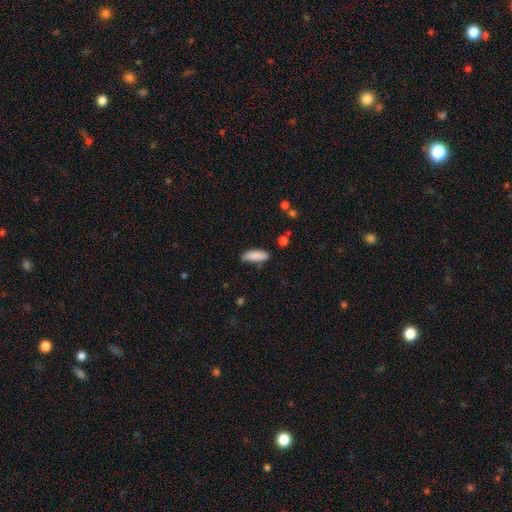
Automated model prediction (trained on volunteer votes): smooth 88%, star or artifact 7%, featured or disk 6%. Down the decision tree: how rounded — in between (59%); merging — none (75%).